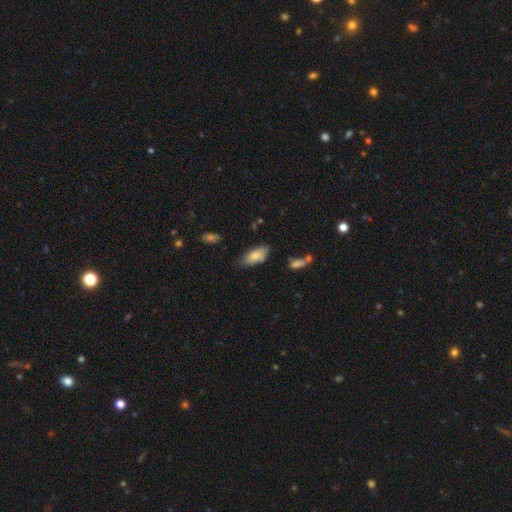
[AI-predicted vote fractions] Smooth or featured: smooth — 82% (featured or disk — 11%)
How rounded: in between — 86% (cigar-shaped — 12%)
Merging: none — 69% (minor disturbance — 24%)